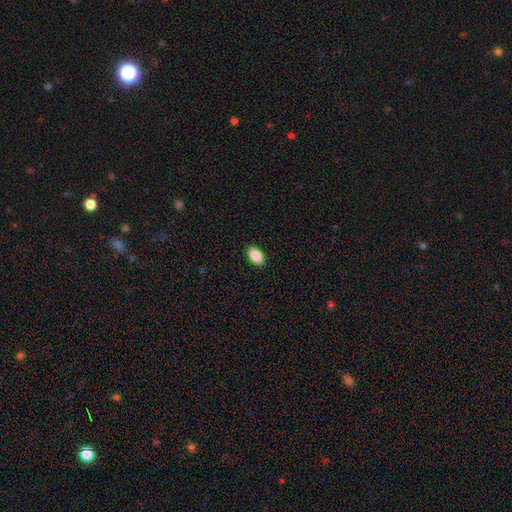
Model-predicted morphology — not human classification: The model was most divided on "smooth or featured": smooth: 88%, star or artifact: 7%, featured or disk: 5%. More confident: how rounded — in between (93%); merging — none (90%).